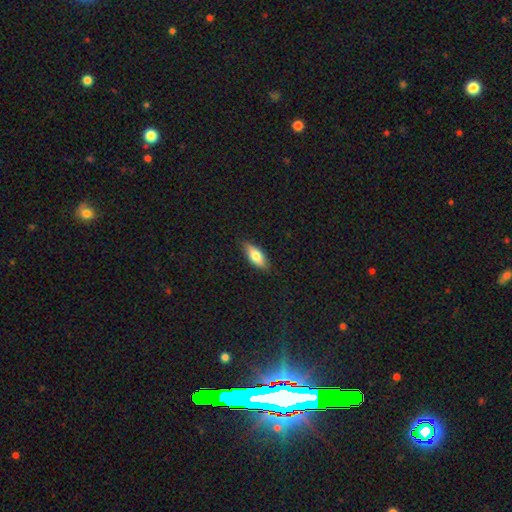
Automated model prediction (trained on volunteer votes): Q: Smooth or featured?
A: smooth (72%); runner-up: featured or disk (22%)
Q: How rounded?
A: in between (78%); runner-up: cigar-shaped (20%)
Q: Merging?
A: none (83%); runner-up: minor disturbance (14%)